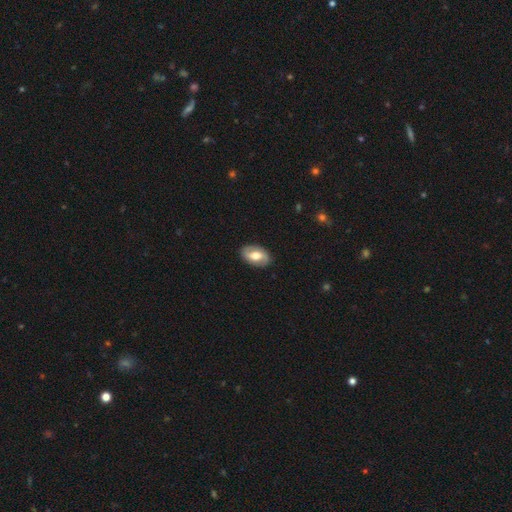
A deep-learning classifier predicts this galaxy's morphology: A featured or disk galaxy (57%) with a weak bar (42%), spiral arms (72%) and a moderate central bulge (69%).

Vote fractions:
- Smooth or featured? featured or disk: 57% / smooth: 37% / star or artifact: 6%
- Edge-on disk? no: 94% / yes: 6%
- Bar? weak: 42% / no: 29% / strong: 29%
- Spiral arms? yes: 72% / no: 28%
- Bulge size? moderate: 69% / large: 18% / small: 10% / dominant: 2% / none: 1%
- Merging? none: 87% / minor disturbance: 9% / major disturbance: 3% / merger: 1%